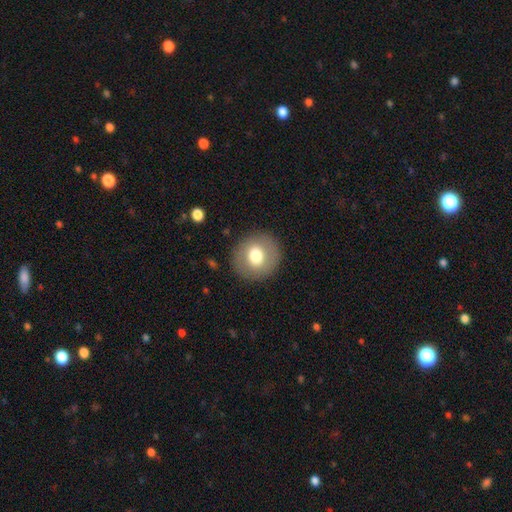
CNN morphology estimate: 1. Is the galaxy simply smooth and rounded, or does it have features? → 70% smooth, 22% featured or disk, 8% star or artifact.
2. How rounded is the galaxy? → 89% round, 10% in between, 1% cigar-shaped.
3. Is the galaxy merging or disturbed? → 89% none, 7% minor disturbance, 3% major disturbance, 1% merger.